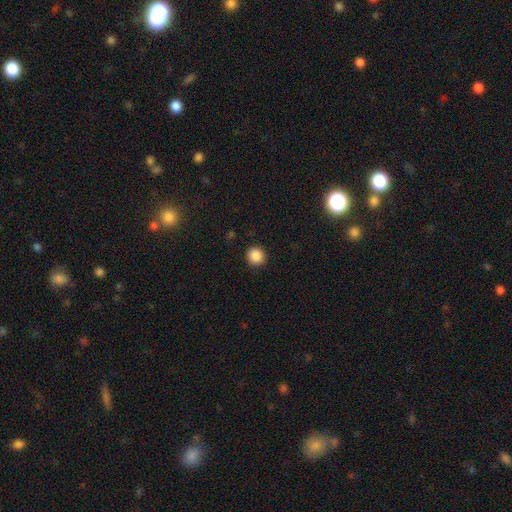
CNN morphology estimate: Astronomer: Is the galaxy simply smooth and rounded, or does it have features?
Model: smooth — 88%.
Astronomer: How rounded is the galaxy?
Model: round — 92%.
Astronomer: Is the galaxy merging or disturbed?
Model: none — 91%.